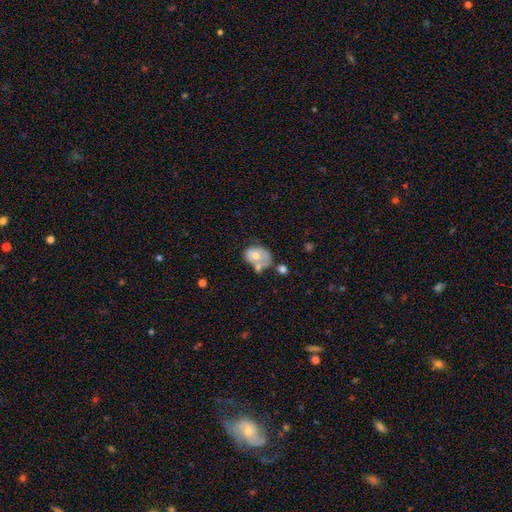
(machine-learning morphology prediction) A smooth galaxy with no disk features (51%) that is in between round and cigar-shaped (70%).

Vote fractions:
- Smooth or featured? smooth: 51% / featured or disk: 41% / star or artifact: 8%
- How rounded? in between: 70% / round: 29% / cigar-shaped: 1%
- Merging? merger: 35% / none: 28% / minor disturbance: 23% / major disturbance: 14%